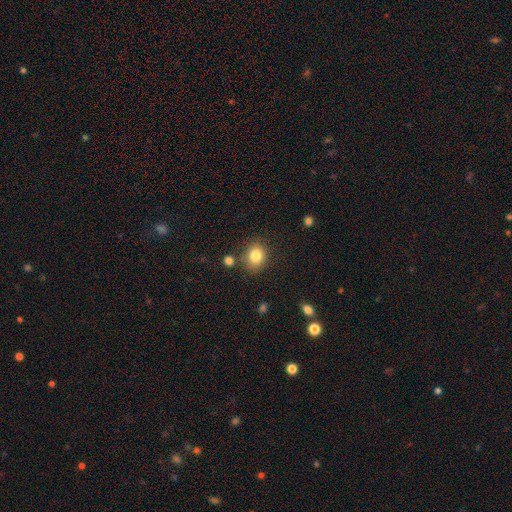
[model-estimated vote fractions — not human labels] A smooth galaxy with no disk features (83%) that is round (64%).

Vote fractions:
- Smooth or featured? smooth: 83% / star or artifact: 10% / featured or disk: 7%
- How rounded? round: 64% / in between: 35% / cigar-shaped: 1%
- Merging? none: 78% / minor disturbance: 12% / merger: 6% / major disturbance: 4%